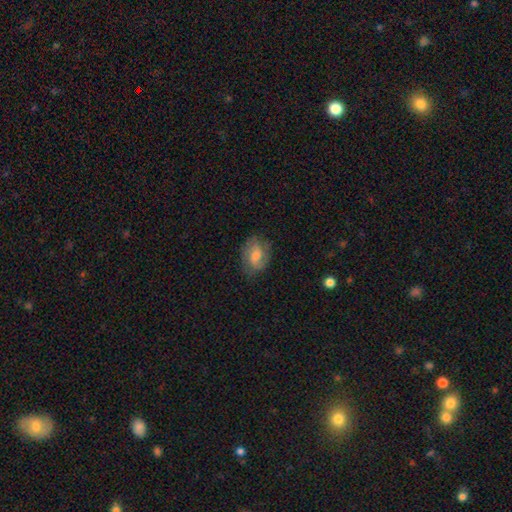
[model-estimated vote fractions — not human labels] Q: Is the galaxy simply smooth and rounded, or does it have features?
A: smooth — 49%.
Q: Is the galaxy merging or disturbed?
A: none — 72%.